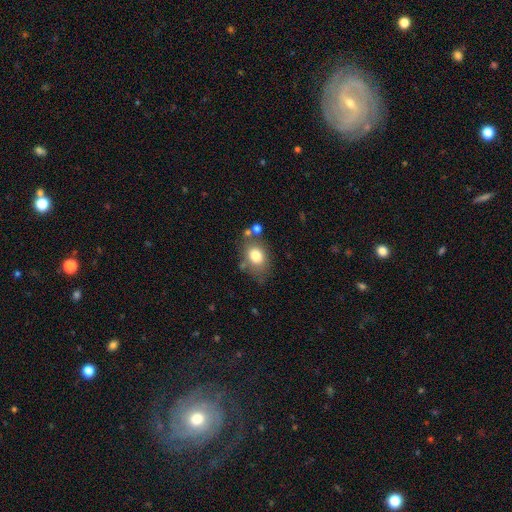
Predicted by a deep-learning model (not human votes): Q: Smooth or featured?
A: smooth (78%); runner-up: featured or disk (13%)
Q: How rounded?
A: in between (64%); runner-up: round (35%)
Q: Merging?
A: none (65%); runner-up: minor disturbance (18%)